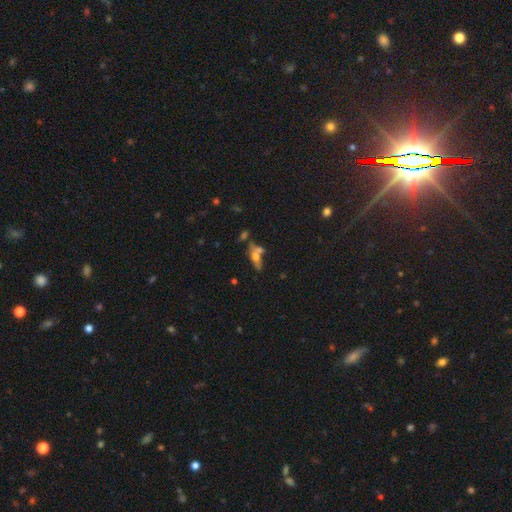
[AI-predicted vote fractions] Smooth or featured? smooth (46%)
Merging? none (41%)